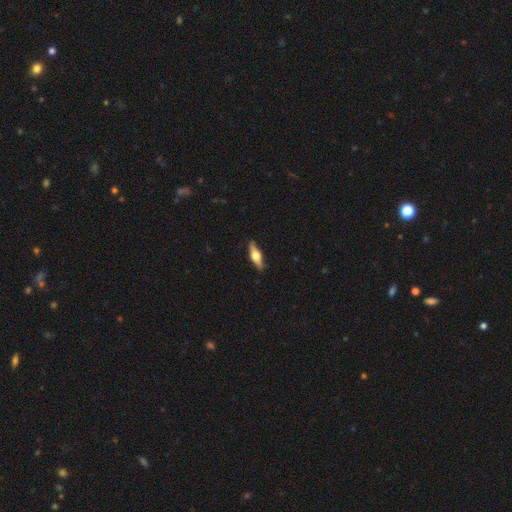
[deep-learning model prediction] featured or disk 58%, smooth 37%, star or artifact 6%. Down the decision tree: edge-on disk — yes (94%); edge-on bulge — rounded (94%); merging — none (87%).